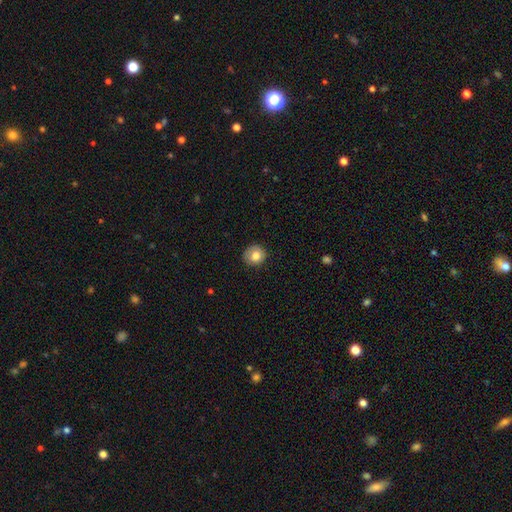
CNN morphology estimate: Smooth or featured: smooth — 78% (featured or disk — 13%)
How rounded: round — 87% (in between — 12%)
Merging: none — 81% (minor disturbance — 14%)